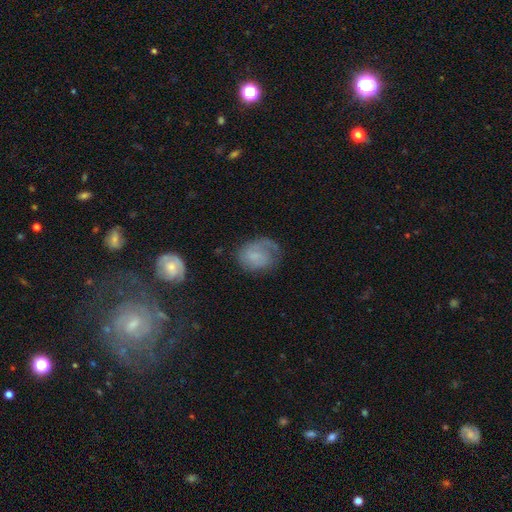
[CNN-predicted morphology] type=smooth (46%); merging=none (47%).